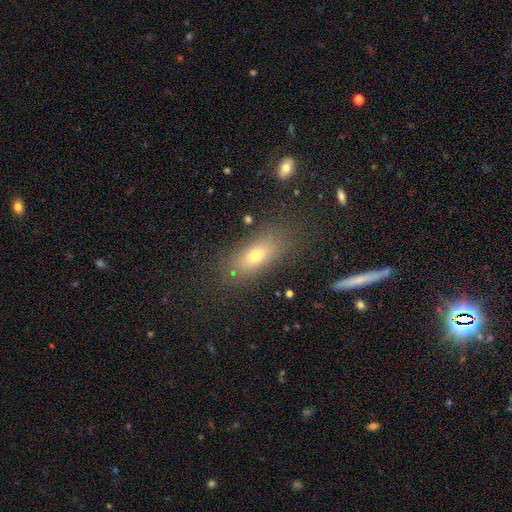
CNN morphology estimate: smooth-or-featured: smooth: 72% | featured or disk: 16% | star or artifact: 11%
  how-rounded: in between: 75% | cigar-shaped: 19% | round: 6%
  merging: none: 77% | minor disturbance: 14% | major disturbance: 7% | merger: 2%